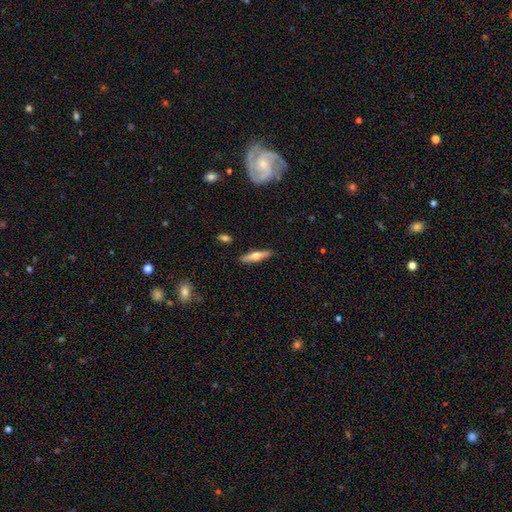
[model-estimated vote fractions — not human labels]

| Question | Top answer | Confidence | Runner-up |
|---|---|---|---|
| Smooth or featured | smooth | 55% | featured or disk (39%) |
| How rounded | cigar-shaped | 72% | in between (25%) |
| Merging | none | 87% | minor disturbance (9%) |